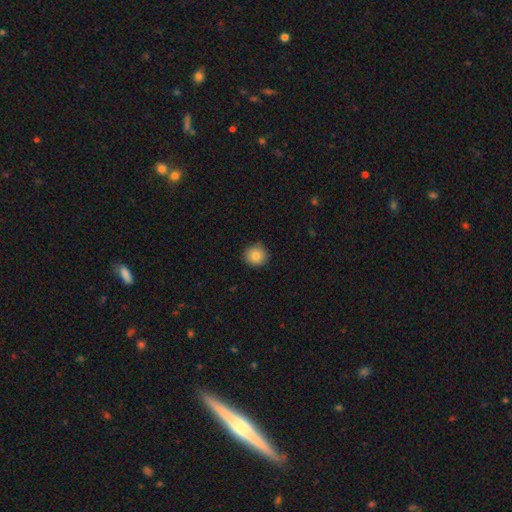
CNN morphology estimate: A smooth galaxy with no disk features (85%) that is round (90%).

Vote fractions:
- Smooth or featured? smooth: 85% / star or artifact: 9% / featured or disk: 6%
- How rounded? round: 90% / in between: 9% / cigar-shaped: 1%
- Merging? none: 90% / minor disturbance: 7% / major disturbance: 2% / merger: 1%